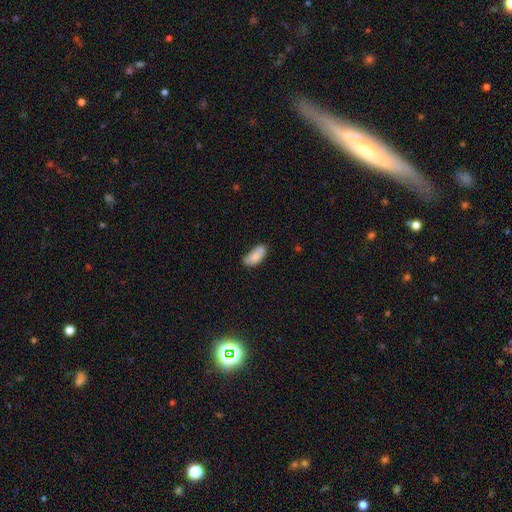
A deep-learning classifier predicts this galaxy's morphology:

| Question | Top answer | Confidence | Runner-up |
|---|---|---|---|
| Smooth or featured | smooth | 83% | featured or disk (9%) |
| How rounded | in between | 88% | cigar-shaped (10%) |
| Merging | none | 57% | minor disturbance (31%) |